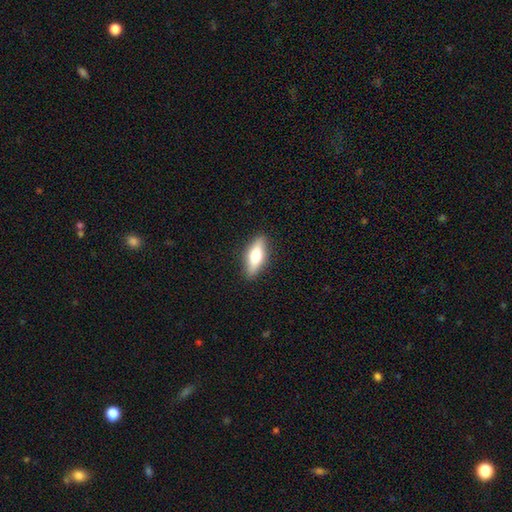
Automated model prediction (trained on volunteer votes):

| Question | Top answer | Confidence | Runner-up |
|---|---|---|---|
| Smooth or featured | smooth | 59% | featured or disk (35%) |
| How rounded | in between | 58% | cigar-shaped (39%) |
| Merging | none | 89% | minor disturbance (9%) |